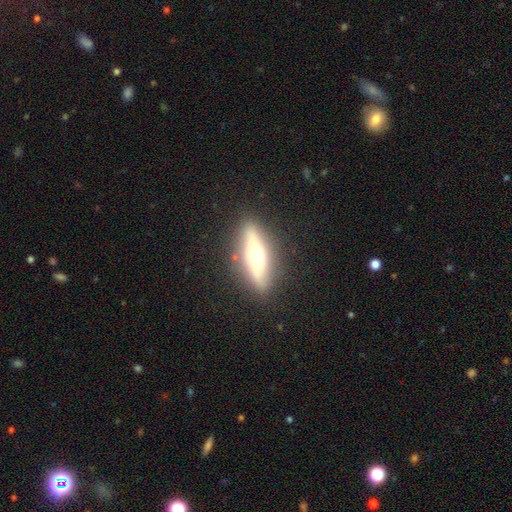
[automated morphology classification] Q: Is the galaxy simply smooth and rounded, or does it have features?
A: featured or disk — 50%.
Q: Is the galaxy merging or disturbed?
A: none — 85%.